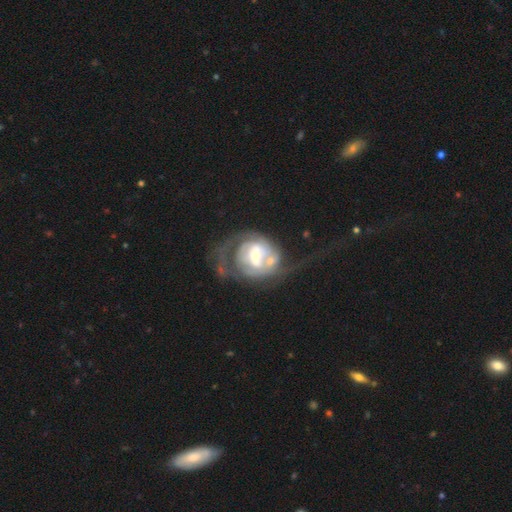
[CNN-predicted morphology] This is likely a featured or disk galaxy (78%). It is clearly not viewed edge-on (97%). Bar: marginally no (41%). Spiral arm pattern: likely yes (77%). Spiral arm count: possibly 2 (51%). Spiral winding: marginally tight (42%). Central bulge: possibly moderate (46%). Merging: marginally major disturbance (36%).